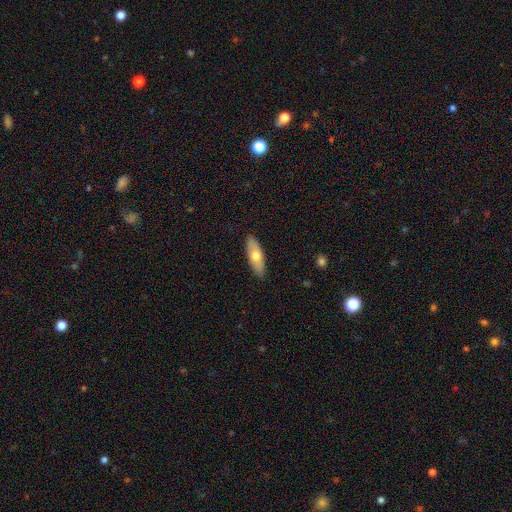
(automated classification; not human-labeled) smooth_or_featured: smooth (p=0.65) [alt: featured or disk p=0.30]
how_rounded: in between (p=0.58) [alt: cigar-shaped p=0.39]
merging: none (p=0.88) [alt: minor disturbance p=0.09]